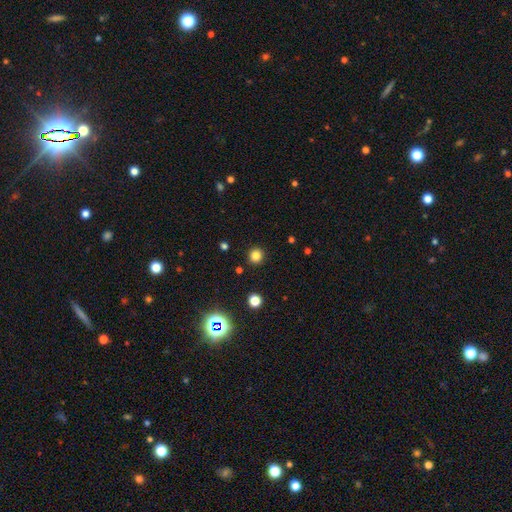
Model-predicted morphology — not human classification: smooth-or-featured: smooth: 80% | star or artifact: 16% | featured or disk: 5%
  how-rounded: round: 94% | in between: 5% | cigar-shaped: 1%
  merging: none: 91% | minor disturbance: 5% | major disturbance: 2% | merger: 2%